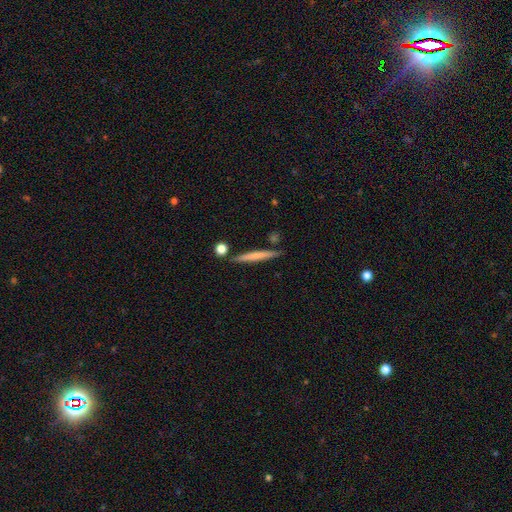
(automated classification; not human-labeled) This appears to be a smooth galaxy with no disk features (59%) that is cigar-shaped (96%). Merging: none (85%).